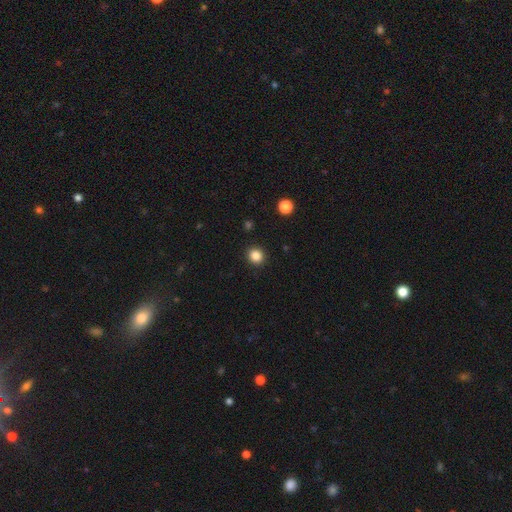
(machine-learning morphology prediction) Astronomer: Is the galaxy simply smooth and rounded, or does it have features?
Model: smooth — 85%.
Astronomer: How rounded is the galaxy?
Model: round — 86%.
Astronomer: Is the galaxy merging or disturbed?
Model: none — 92%.